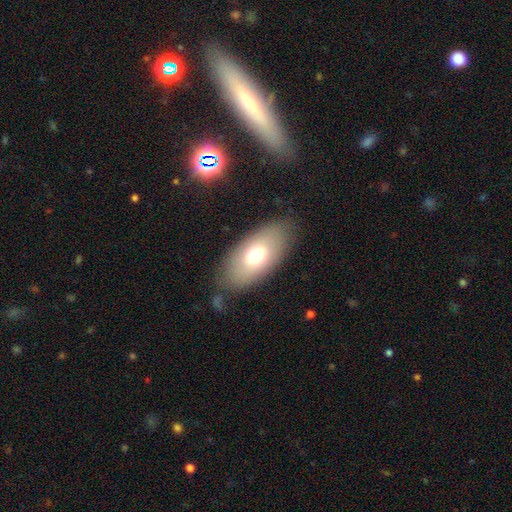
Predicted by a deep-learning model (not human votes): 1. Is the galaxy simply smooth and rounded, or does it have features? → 69% smooth, 23% featured or disk, 8% star or artifact.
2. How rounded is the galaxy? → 92% in between, 4% round, 4% cigar-shaped.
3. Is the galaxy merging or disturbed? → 79% none, 13% minor disturbance, 5% major disturbance, 2% merger.